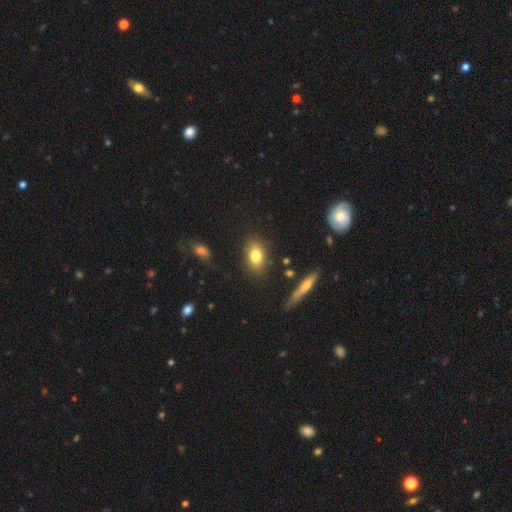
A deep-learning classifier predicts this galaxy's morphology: Smooth or featured? Predicted: smooth (p=0.78). How rounded? Predicted: in between (p=0.80). Merging? Predicted: none (p=0.83).